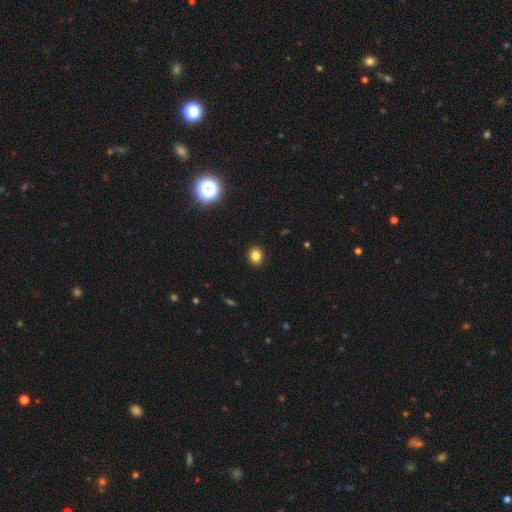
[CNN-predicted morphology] Smooth or featured: smooth — 83% (star or artifact — 12%)
How rounded: round — 67% (in between — 32%)
Merging: none — 92% (minor disturbance — 6%)